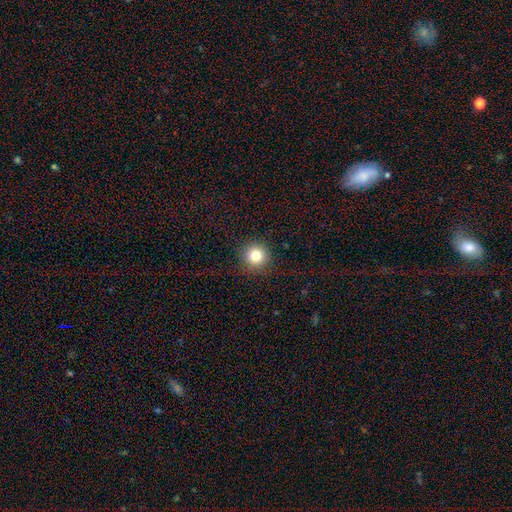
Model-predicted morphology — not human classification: smooth-or-featured: smooth: 82% | star or artifact: 12% | featured or disk: 7%
  how-rounded: round: 95% | in between: 4% | cigar-shaped: 1%
  merging: none: 91% | minor disturbance: 6% | major disturbance: 2% | merger: 1%